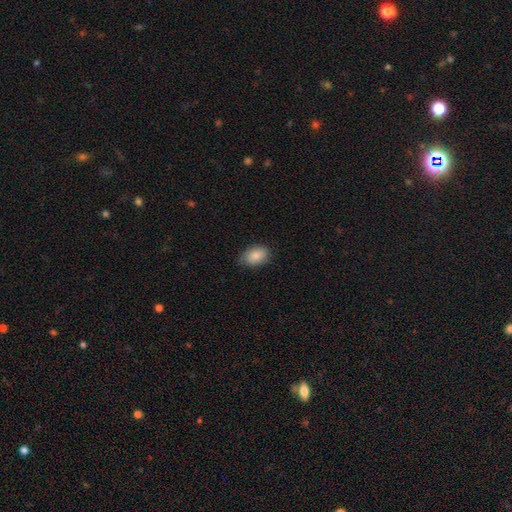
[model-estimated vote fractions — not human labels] Morphology: type=smooth (86%); roundness=in between (85%); merging=none (79%).